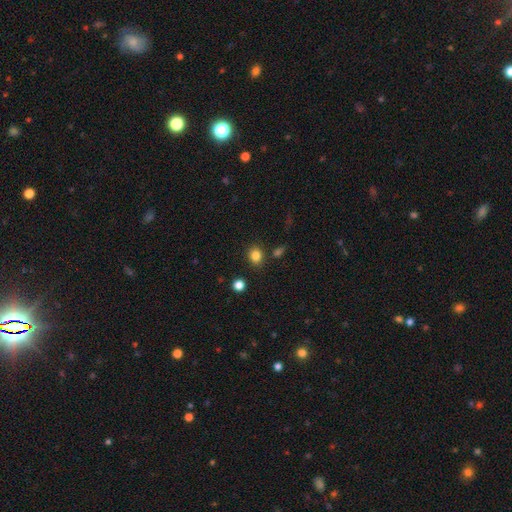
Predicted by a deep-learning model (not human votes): smooth 83%, star or artifact 12%, featured or disk 5%. Down the decision tree: how rounded — round (68%); merging — none (83%).